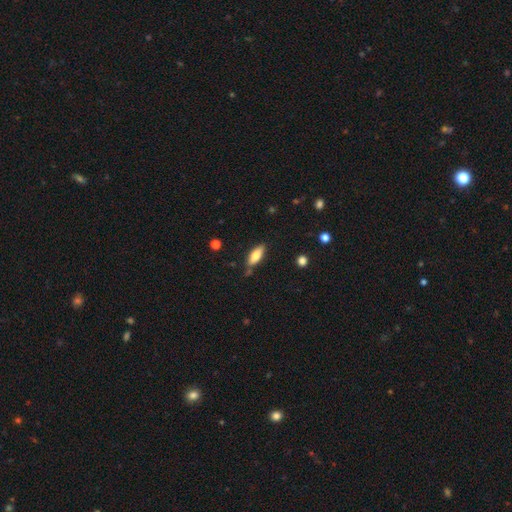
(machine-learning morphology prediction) This appears to be a smooth galaxy with no disk features (71%) that is in between round and cigar-shaped (67%). Merging: none (77%).